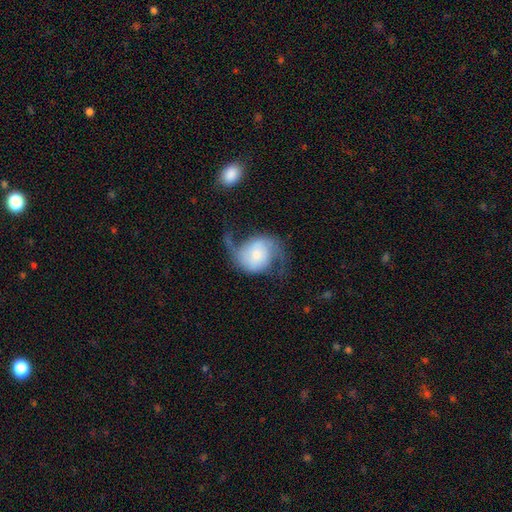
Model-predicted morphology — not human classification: Overall: featured or disk (78%). Edge-on disk: no (98%). Bar: no (63%; weak 29%). Spiral arms: yes (95%). Spiral arm count: 2 (91%). Spiral winding: loose (66%; medium 27%). Bulge size: small (41%; moderate 30%). Merging: none (57%; major disturbance 21%).